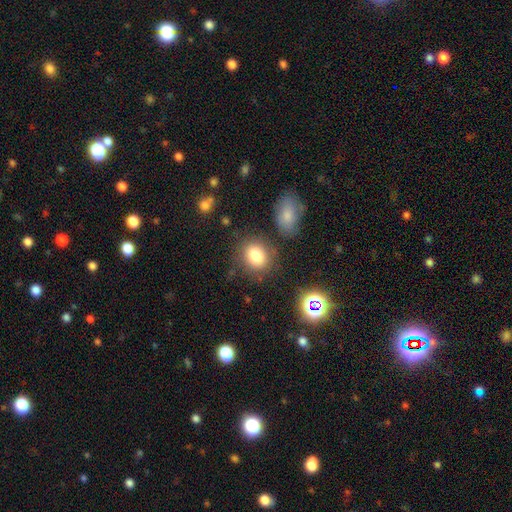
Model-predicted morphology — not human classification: A smooth galaxy with no disk features (82%) that is round (65%). Merging: none (77%).